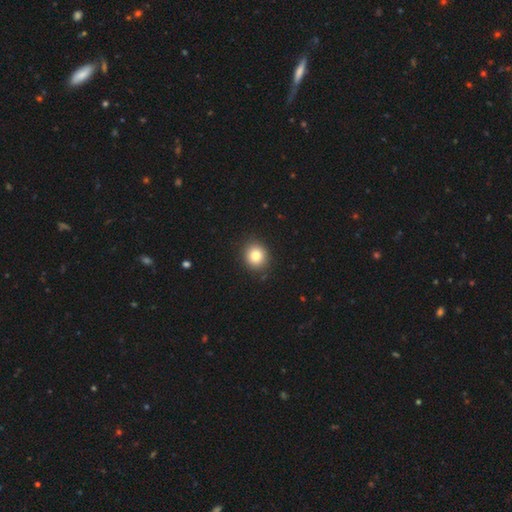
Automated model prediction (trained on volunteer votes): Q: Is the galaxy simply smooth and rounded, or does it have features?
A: smooth — 83%.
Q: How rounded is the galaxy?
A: round — 83%.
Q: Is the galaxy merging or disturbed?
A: none — 89%.